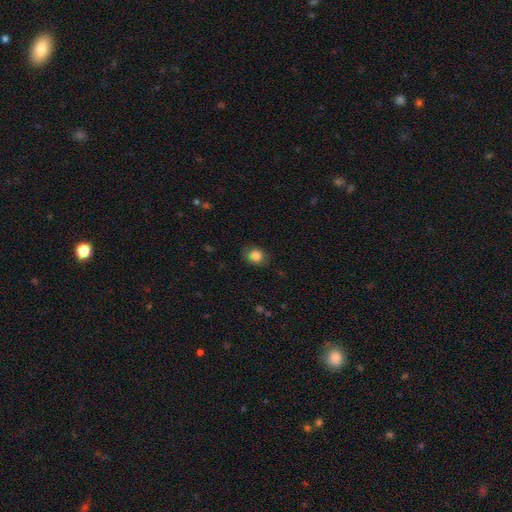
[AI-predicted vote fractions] Smooth or featured: smooth — 83% (star or artifact — 10%)
How rounded: round — 62% (in between — 37%)
Merging: none — 83% (minor disturbance — 13%)